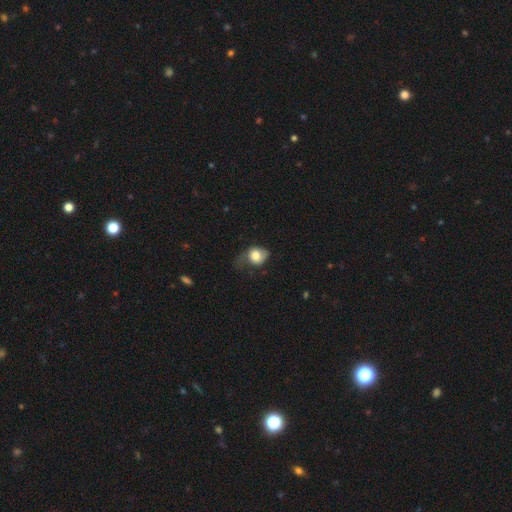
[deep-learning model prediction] smooth 70%, featured or disk 22%, star or artifact 8%. Down the decision tree: how rounded — round (56%); merging — major disturbance (39%).